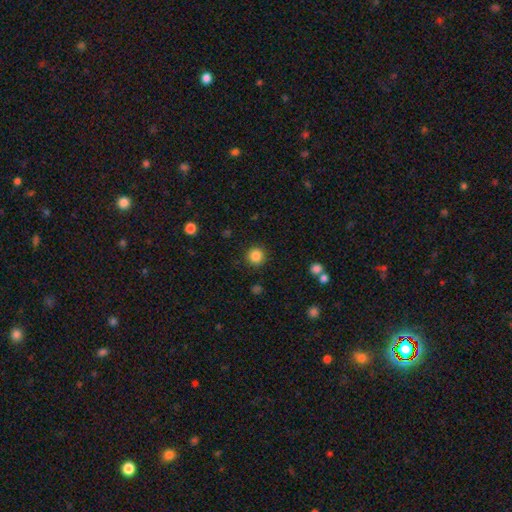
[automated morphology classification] This appears to be a smooth galaxy with no disk features (86%) that is round (94%). Merging: none (90%).